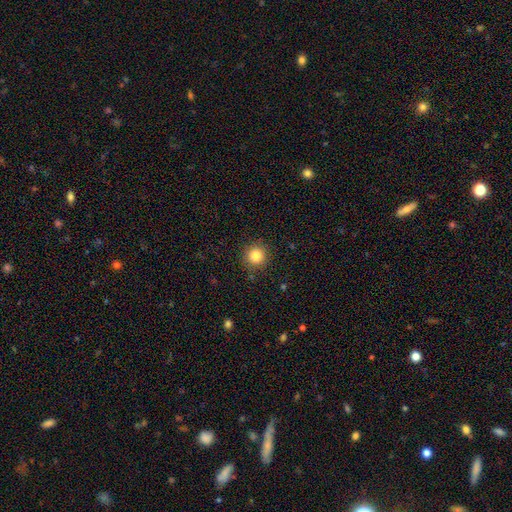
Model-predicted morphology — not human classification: Smooth or featured? Predicted: smooth (p=0.84). How rounded? Predicted: round (p=0.94). Merging? Predicted: none (p=0.90).